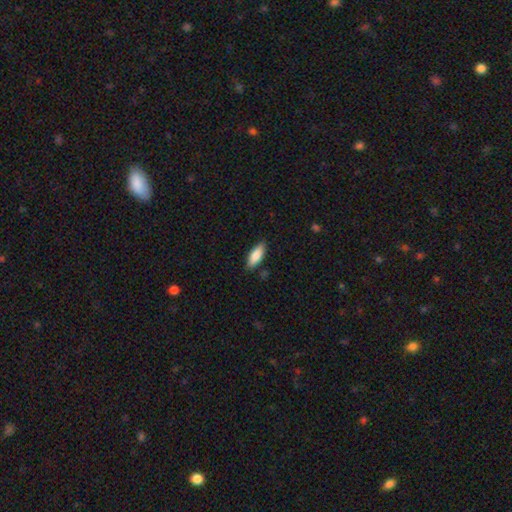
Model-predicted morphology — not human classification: Smooth or featured? smooth (85%)
How rounded? in between (71%)
Merging? none (85%)